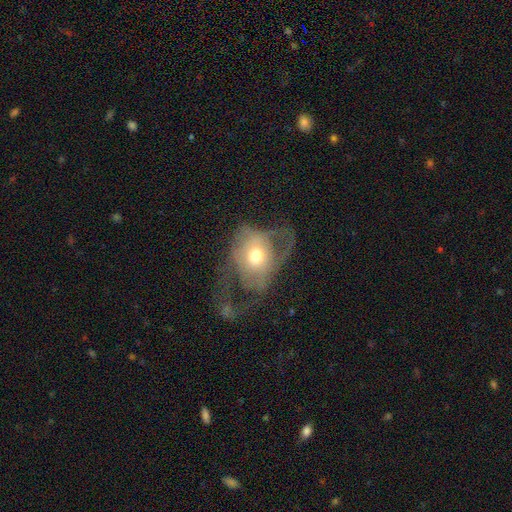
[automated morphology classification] type=featured or disk (46%); merging=major disturbance (62%).